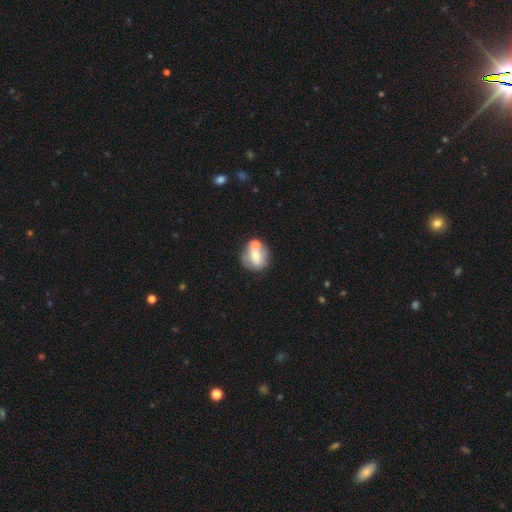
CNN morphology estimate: smooth_or_featured: smooth (p=0.59) [alt: featured or disk p=0.32]
how_rounded: round (p=0.73) [alt: in between p=0.26]
merging: none (p=0.46) [alt: merger p=0.35]